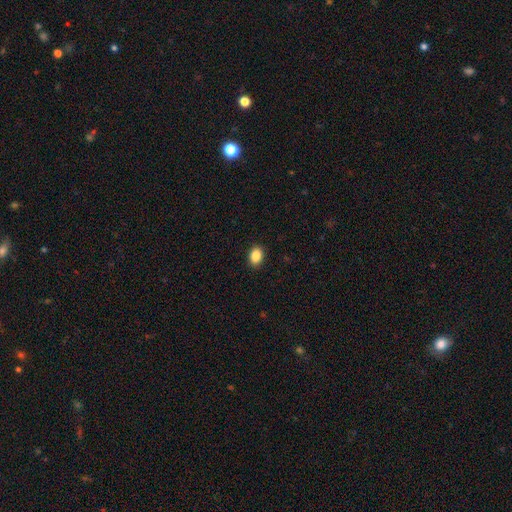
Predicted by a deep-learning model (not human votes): A smooth galaxy with no disk features (88%) that is in between round and cigar-shaped (77%).

Vote fractions:
- Smooth or featured? smooth: 88% / star or artifact: 8% / featured or disk: 3%
- How rounded? in between: 77% / round: 22% / cigar-shaped: 1%
- Merging? none: 90% / minor disturbance: 7% / major disturbance: 2% / merger: 1%